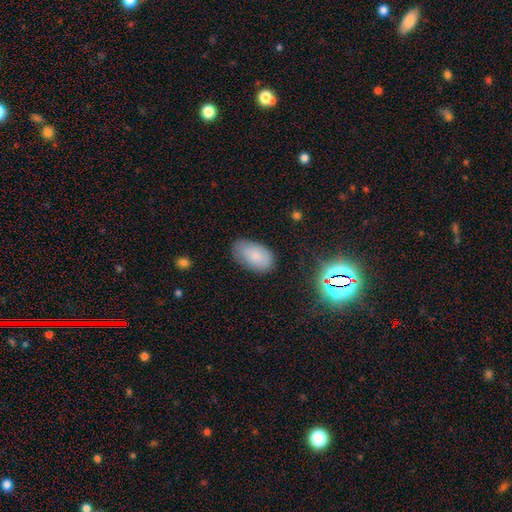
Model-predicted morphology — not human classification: This appears to be a smooth galaxy with no disk features (79%) that is in between round and cigar-shaped (93%). Merging: none (74%).